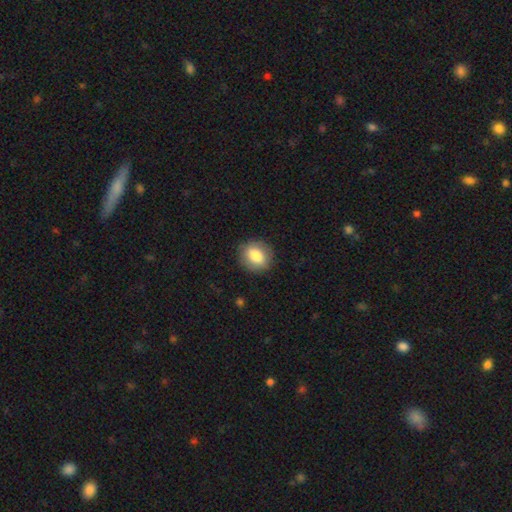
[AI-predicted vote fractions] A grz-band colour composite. It shows a smooth galaxy with no disk features (81%) that is round (66%). Merging: none (85%).